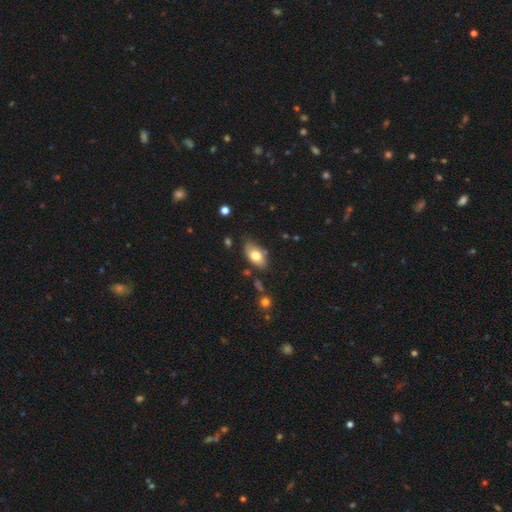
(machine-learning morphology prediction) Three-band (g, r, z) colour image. It shows a smooth galaxy with no disk features (74%) that is in between round and cigar-shaped (92%). Merging: none (73%).